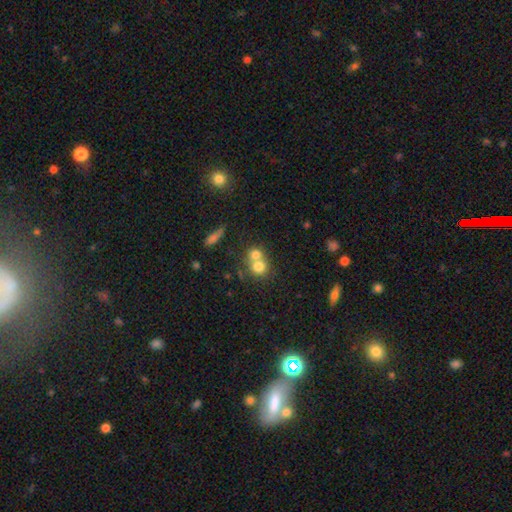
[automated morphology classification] Smooth or featured?
  - smooth: 73% *
  - featured or disk: 16%
  - star or artifact: 11%
How rounded?
  - round: 80% *
  - in between: 19%
  - cigar-shaped: 1%
Merging?
  - merger: 59% *
  - none: 32%
  - minor disturbance: 6%
  - major disturbance: 3%